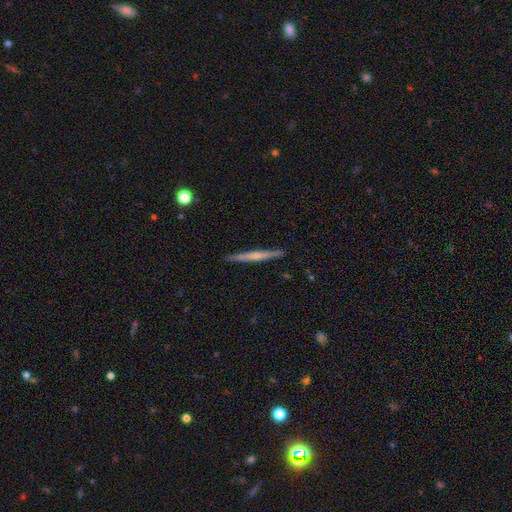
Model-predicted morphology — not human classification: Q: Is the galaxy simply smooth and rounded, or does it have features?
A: featured or disk — 57%.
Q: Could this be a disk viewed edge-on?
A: yes — 98%.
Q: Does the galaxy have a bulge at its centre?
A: none — 46%.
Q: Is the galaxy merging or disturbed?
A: none — 91%.